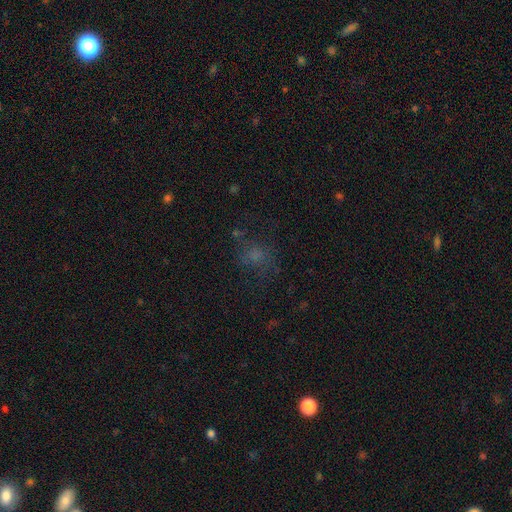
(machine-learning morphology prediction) This is possibly a smooth galaxy (54%). How rounded: likely round (70%). Merging: likely none (60%).